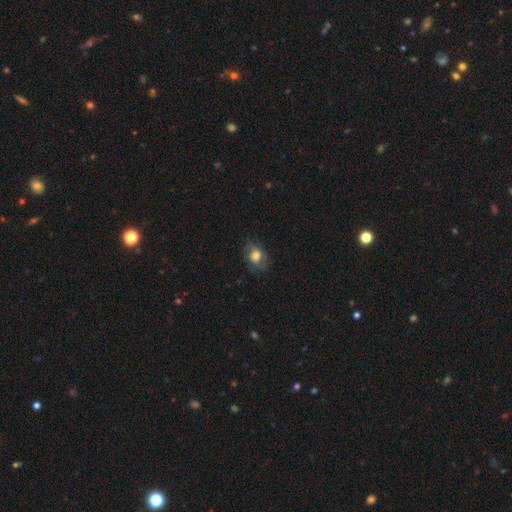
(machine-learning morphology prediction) Overall: smooth (53%; featured or disk 37%). How rounded: in between (60%; round 38%). Merging: none (68%).